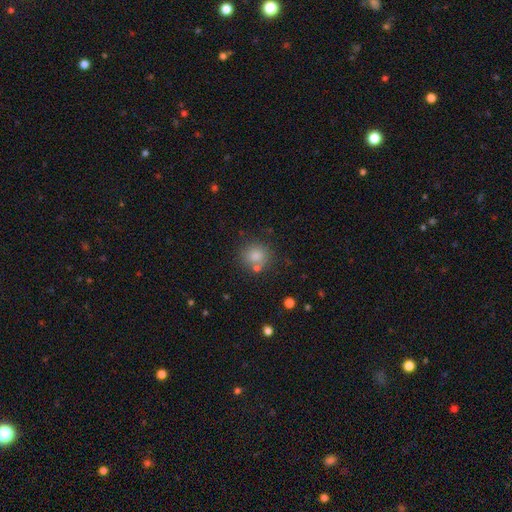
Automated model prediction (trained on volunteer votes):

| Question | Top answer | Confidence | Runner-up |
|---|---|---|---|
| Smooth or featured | smooth | 78% | star or artifact (14%) |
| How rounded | round | 89% | in between (10%) |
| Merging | none | 75% | merger (12%) |